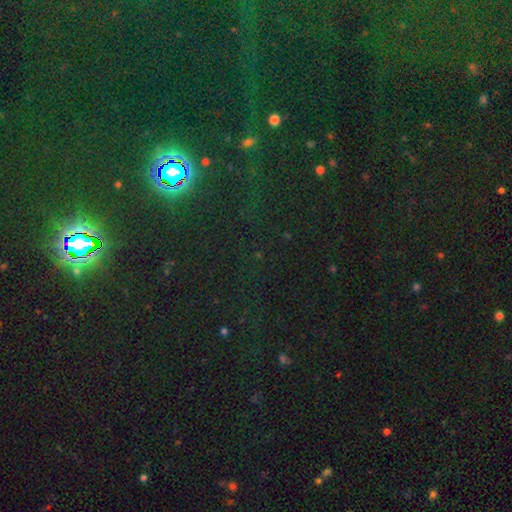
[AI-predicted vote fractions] smooth-or-featured: star or artifact: 83% | smooth: 11% | featured or disk: 7%